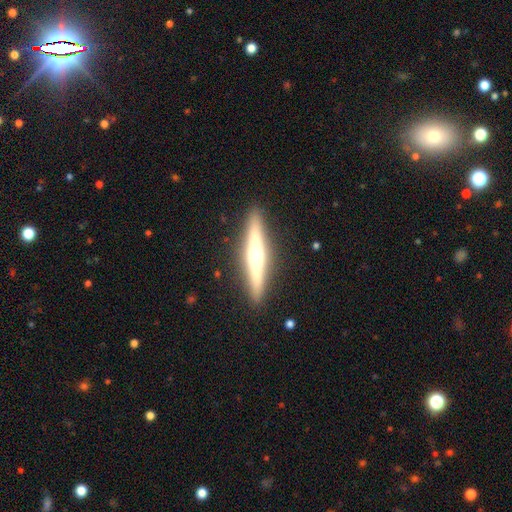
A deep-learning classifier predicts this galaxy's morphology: Smooth or featured? Predicted: featured or disk (p=0.62). Edge-on disk? Predicted: yes (p=0.96). Edge-on bulge? Predicted: rounded (p=0.85). Merging? Predicted: none (p=0.91).